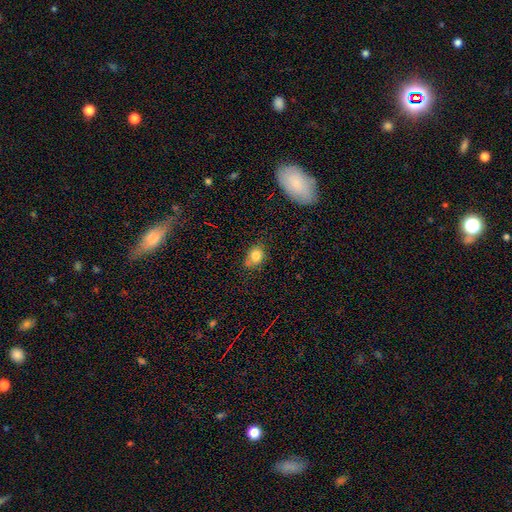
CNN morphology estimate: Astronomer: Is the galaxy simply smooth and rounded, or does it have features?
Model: smooth — 81%.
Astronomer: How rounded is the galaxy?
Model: in between — 56% (runner-up: round, 43%).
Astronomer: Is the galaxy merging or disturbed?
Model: none — 59%.